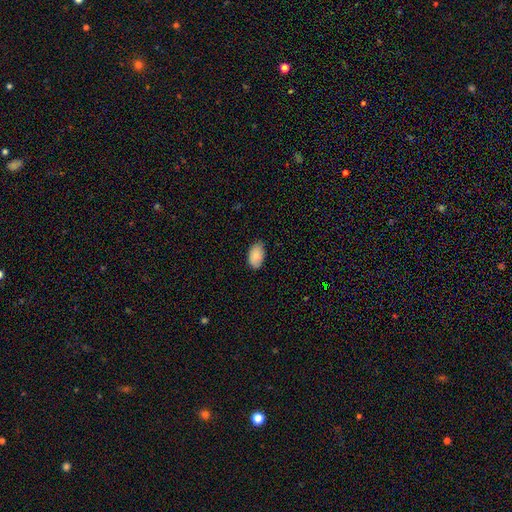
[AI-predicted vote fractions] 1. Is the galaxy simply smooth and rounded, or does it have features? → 87% smooth, 7% star or artifact, 7% featured or disk.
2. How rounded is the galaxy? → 93% in between, 5% round, 1% cigar-shaped.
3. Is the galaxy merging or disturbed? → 83% none, 14% minor disturbance, 2% major disturbance, 1% merger.